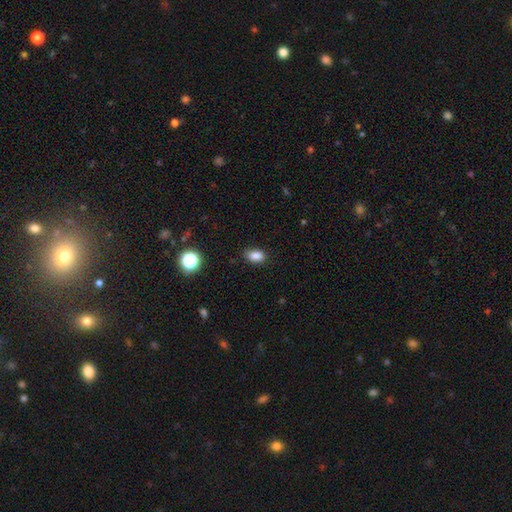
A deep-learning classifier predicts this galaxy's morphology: A smooth galaxy with no disk features (85%) that is in between round and cigar-shaped (85%).

Vote fractions:
- Smooth or featured? smooth: 85% / star or artifact: 11% / featured or disk: 4%
- How rounded? in between: 85% / round: 13% / cigar-shaped: 2%
- Merging? none: 83% / minor disturbance: 13% / major disturbance: 3% / merger: 1%